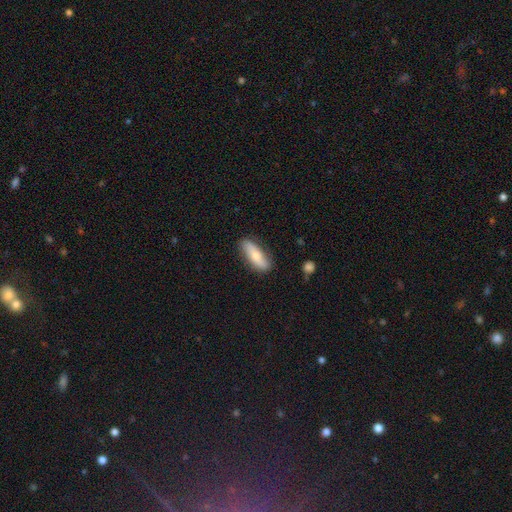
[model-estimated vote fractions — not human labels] smooth-or-featured: smooth: 66% | featured or disk: 28% | star or artifact: 6%
  how-rounded: in between: 56% | cigar-shaped: 41% | round: 2%
  merging: none: 80% | minor disturbance: 15% | major disturbance: 3% | merger: 2%